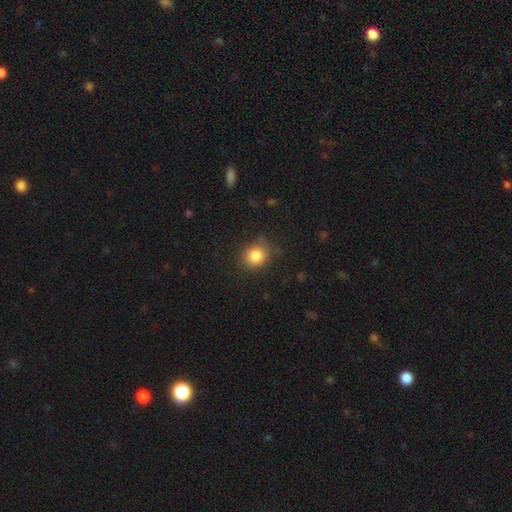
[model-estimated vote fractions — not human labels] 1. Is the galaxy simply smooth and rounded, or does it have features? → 84% smooth, 11% star or artifact, 6% featured or disk.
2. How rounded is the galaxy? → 75% round, 24% in between, 1% cigar-shaped.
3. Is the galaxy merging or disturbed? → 82% none, 13% minor disturbance, 4% major disturbance, 1% merger.